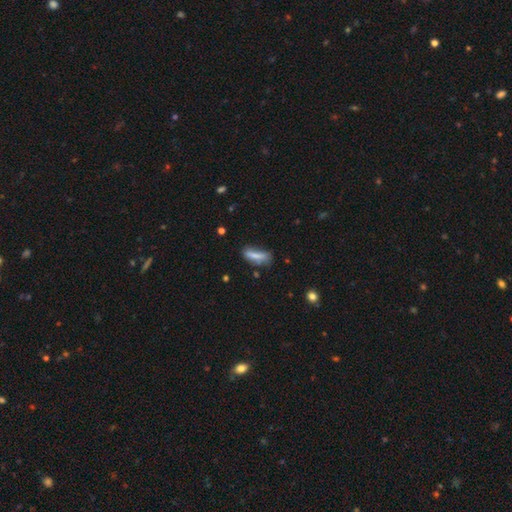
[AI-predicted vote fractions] Overall: smooth (70%). How rounded: cigar-shaped (52%; in between 46%). Merging: none (48%; minor disturbance 30%).